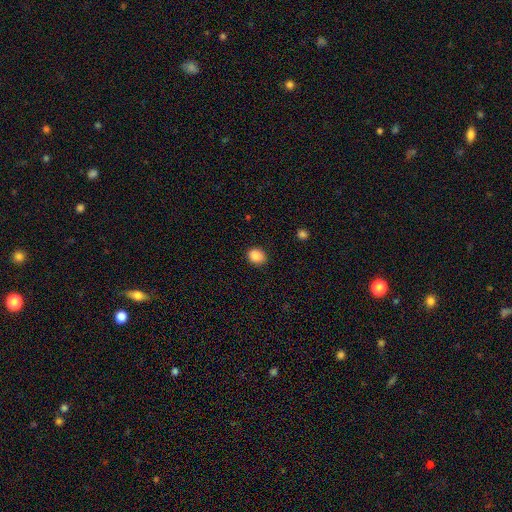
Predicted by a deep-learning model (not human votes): The model was most divided on "how rounded": round: 66%, in between: 34%, cigar-shaped: 1%. More confident: smooth or featured — smooth (88%); merging — none (83%).